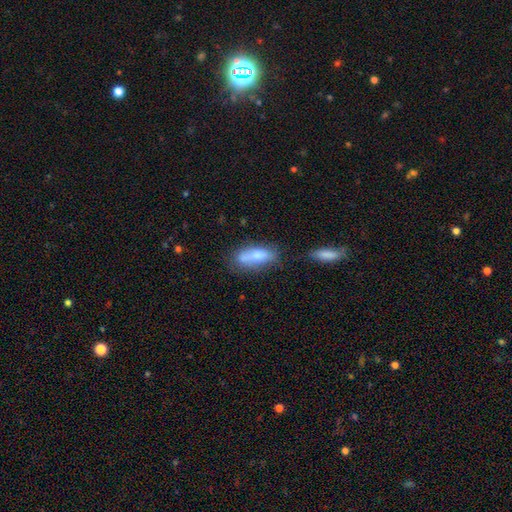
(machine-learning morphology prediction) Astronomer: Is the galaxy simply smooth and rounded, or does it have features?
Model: smooth — 74%.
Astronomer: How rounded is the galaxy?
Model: in between — 60% (runner-up: cigar-shaped, 38%).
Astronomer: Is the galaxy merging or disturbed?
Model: none — 56%.